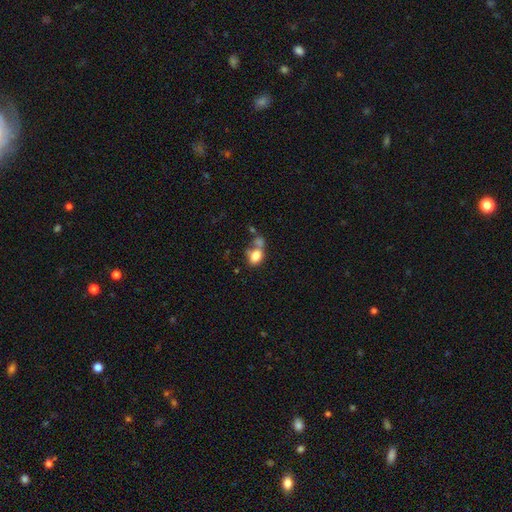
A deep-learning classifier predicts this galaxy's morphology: This appears to be a smooth galaxy with no disk features (78%) that is in between round and cigar-shaped (70%). Merging: merger (37%).